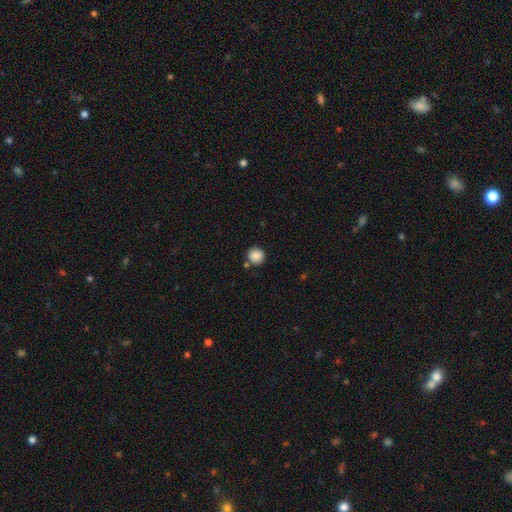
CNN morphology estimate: Smooth or featured?
  - smooth: 88% *
  - star or artifact: 9%
  - featured or disk: 4%
How rounded?
  - round: 91% *
  - in between: 9%
  - cigar-shaped: 1%
Merging?
  - none: 80% *
  - minor disturbance: 11%
  - merger: 6%
  - major disturbance: 3%